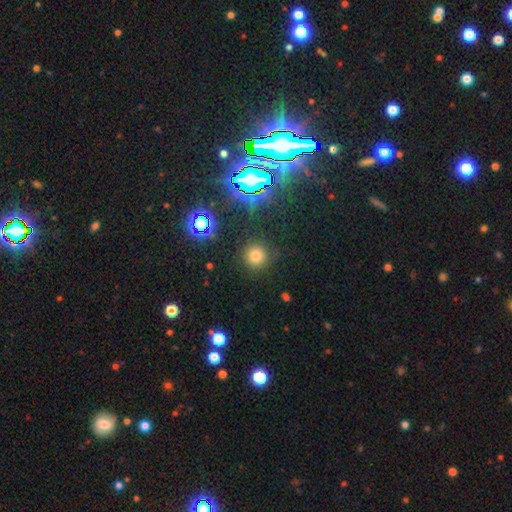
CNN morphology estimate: A smooth galaxy with no disk features (71%) that is round (93%). Merging: none (87%).